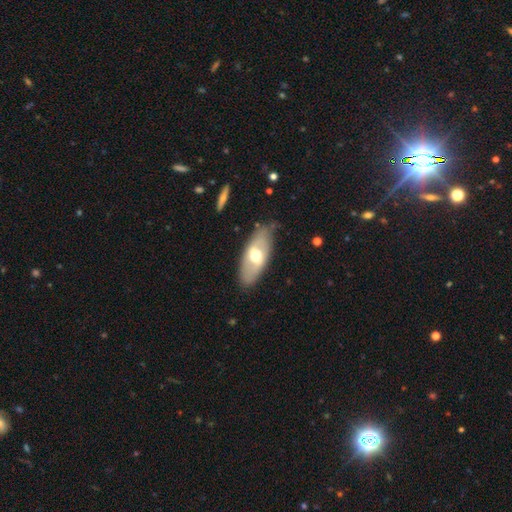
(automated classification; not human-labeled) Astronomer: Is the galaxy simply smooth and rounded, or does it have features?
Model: smooth — 48% (runner-up: featured or disk, 47%).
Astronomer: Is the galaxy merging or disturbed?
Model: none — 79%.